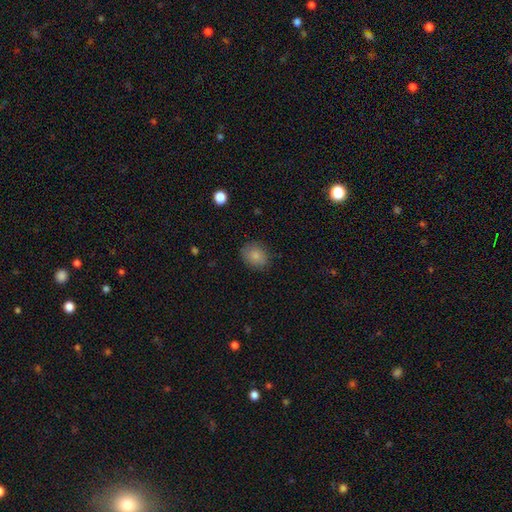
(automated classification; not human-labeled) Morphology: type=smooth (83%); roundness=round (58%); merging=none (83%).